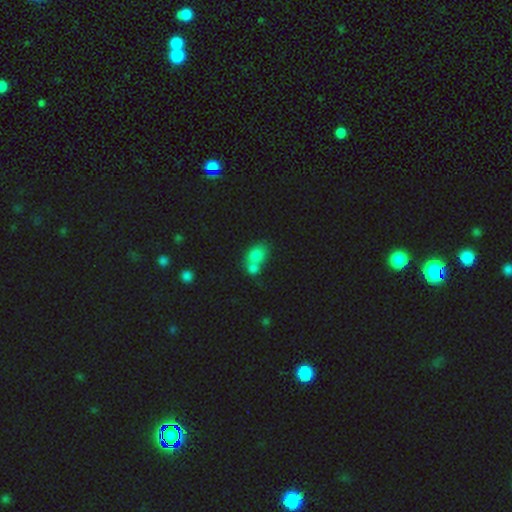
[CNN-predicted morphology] type=smooth (78%); roundness=in between (64%); merging=merger (57%).